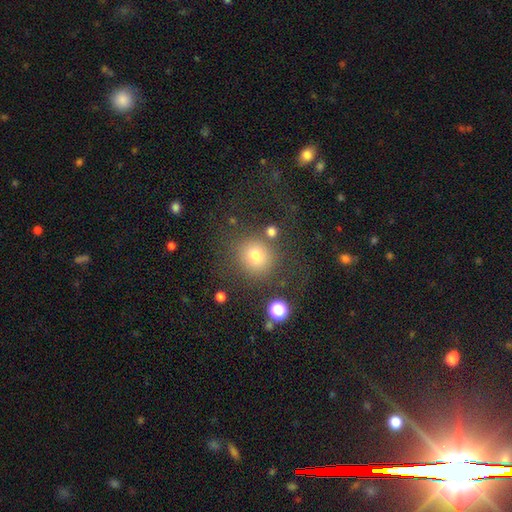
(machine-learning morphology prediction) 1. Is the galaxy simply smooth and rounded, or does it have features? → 75% smooth, 16% star or artifact, 9% featured or disk.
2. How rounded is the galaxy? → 88% round, 11% in between, 1% cigar-shaped.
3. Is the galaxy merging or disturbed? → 76% none, 11% minor disturbance, 7% major disturbance, 6% merger.